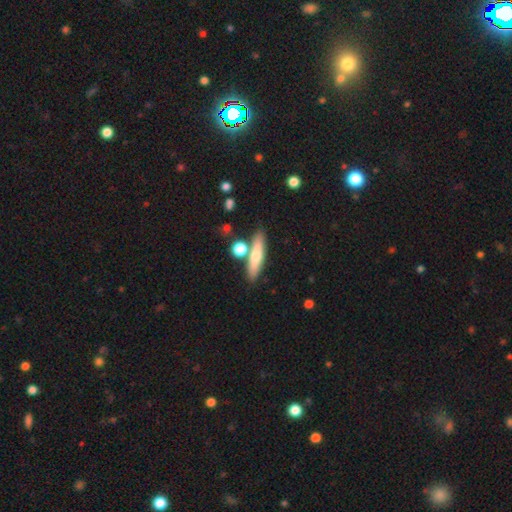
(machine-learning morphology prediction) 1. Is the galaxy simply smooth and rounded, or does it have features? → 58% smooth, 34% featured or disk, 8% star or artifact.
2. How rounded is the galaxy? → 78% cigar-shaped, 18% in between, 4% round.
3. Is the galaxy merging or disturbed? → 76% none, 11% merger, 10% minor disturbance, 3% major disturbance.